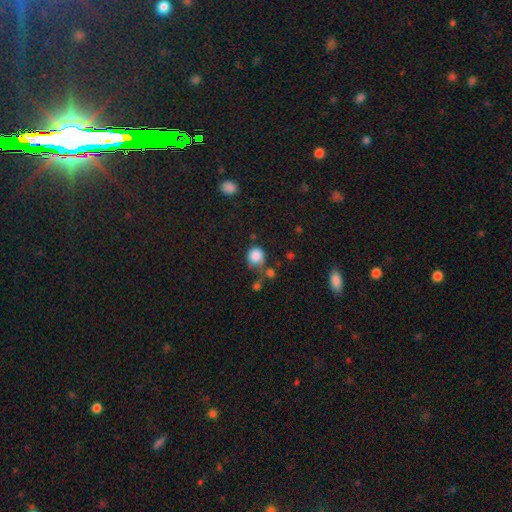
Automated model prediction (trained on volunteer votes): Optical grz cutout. It shows a smooth galaxy with no disk features (86%) that is round (83%). Merging: none (58%).